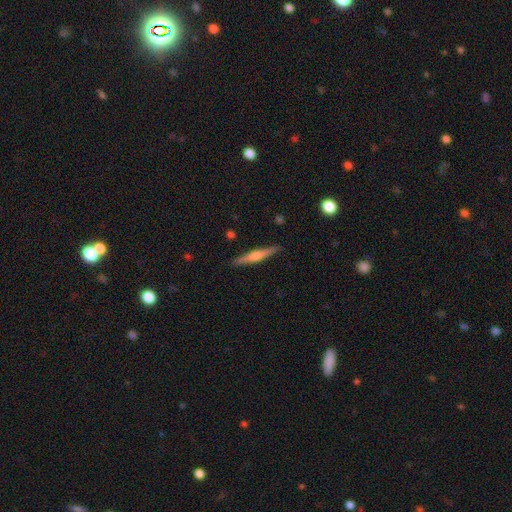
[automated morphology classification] This is likely a featured or disk galaxy (69%). It is clearly viewed edge-on (98%). Edge-on bulge: clearly rounded (83%). Merging: clearly none (91%).